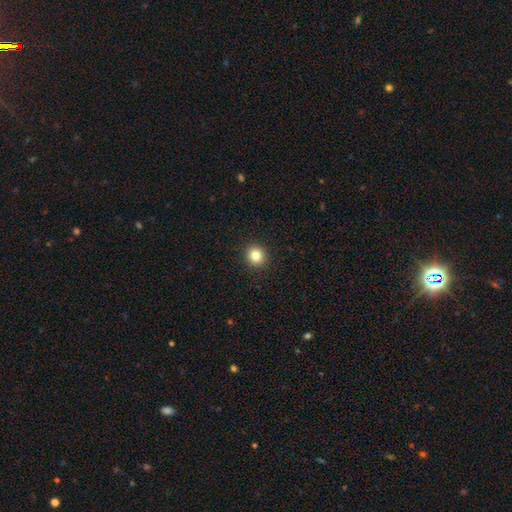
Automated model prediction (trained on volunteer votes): Q: Smooth or featured?
A: smooth (83%); runner-up: star or artifact (11%)
Q: How rounded?
A: round (90%); runner-up: in between (9%)
Q: Merging?
A: none (93%); runner-up: minor disturbance (4%)